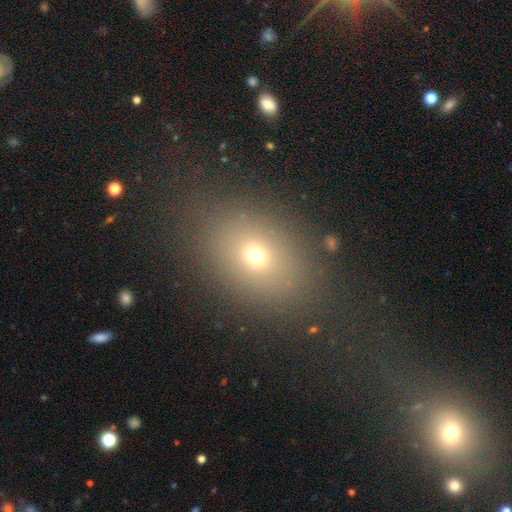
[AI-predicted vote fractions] Smooth or featured?
  - smooth: 66% *
  - star or artifact: 20%
  - featured or disk: 15%
How rounded?
  - in between: 64% *
  - round: 34%
  - cigar-shaped: 2%
Merging?
  - none: 79% *
  - minor disturbance: 11%
  - major disturbance: 8%
  - merger: 3%